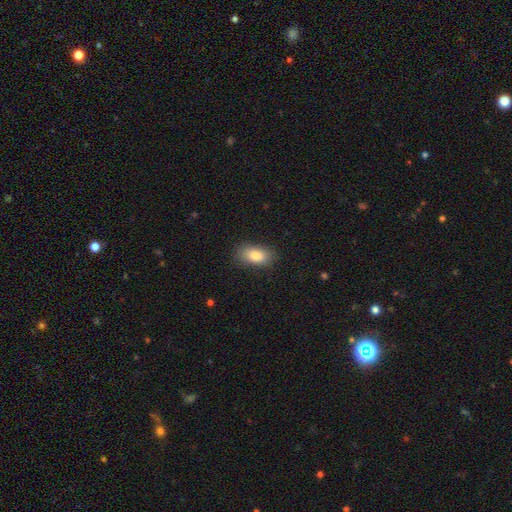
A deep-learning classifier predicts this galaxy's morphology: Overall: smooth (82%). How rounded: in between (89%). Merging: none (85%).